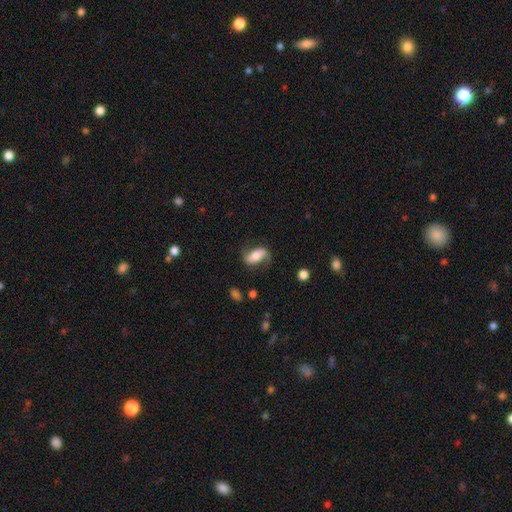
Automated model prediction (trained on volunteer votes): smooth_or_featured: featured or disk (p=0.61) [alt: smooth p=0.31]
disk_edge_on: no (p=0.93) [alt: yes p=0.07]
bar: no (p=0.40) [alt: weak p=0.32]
has_spiral_arms: yes (p=0.90) [alt: no p=0.10]
spiral_winding: loose (p=0.63) [alt: medium p=0.28]
spiral_arm_count: 2 (p=0.86) [alt: 1 p=0.07]
bulge_size: moderate (p=0.46) [alt: large p=0.23]
merging: none (p=0.67) [alt: minor disturbance p=0.20]